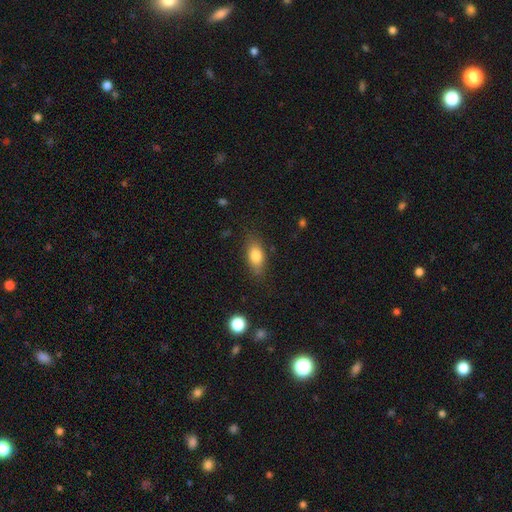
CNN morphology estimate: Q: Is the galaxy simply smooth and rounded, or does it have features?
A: smooth — 79%.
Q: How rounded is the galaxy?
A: in between — 82%.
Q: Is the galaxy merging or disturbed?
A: none — 78%.